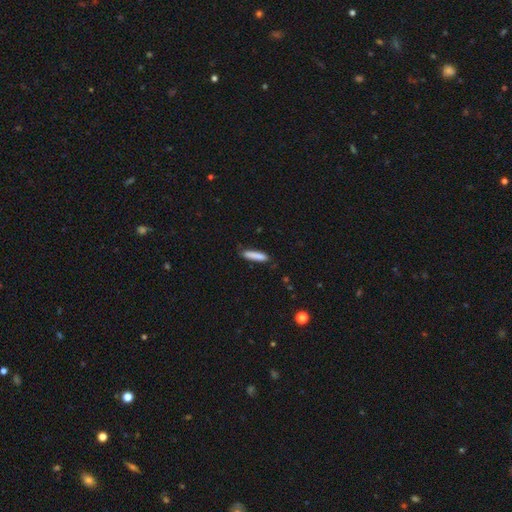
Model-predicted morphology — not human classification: This appears to be a smooth galaxy with no disk features (84%) that is cigar-shaped (85%). Merging: none (81%).